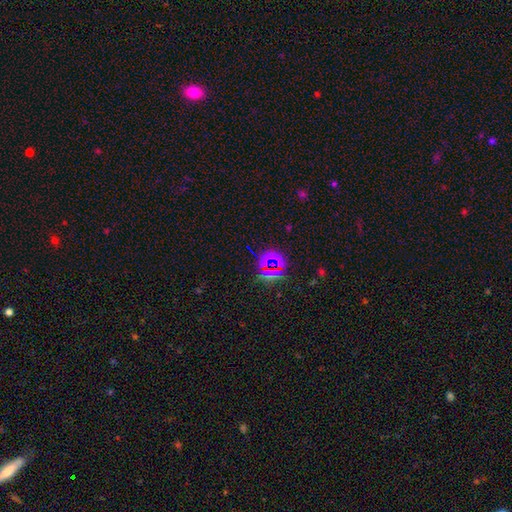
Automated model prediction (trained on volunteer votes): smooth_or_featured: star or artifact (p=0.71) [alt: smooth p=0.20]